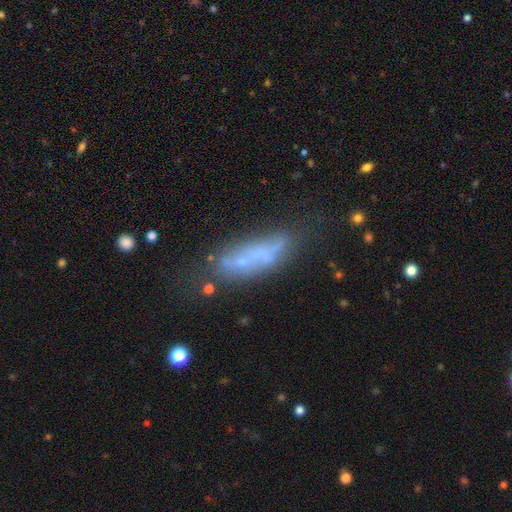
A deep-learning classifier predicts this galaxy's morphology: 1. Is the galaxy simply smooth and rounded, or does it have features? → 46% smooth, 40% featured or disk, 14% star or artifact.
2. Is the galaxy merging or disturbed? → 44% none, 25% minor disturbance, 18% major disturbance, 13% merger.